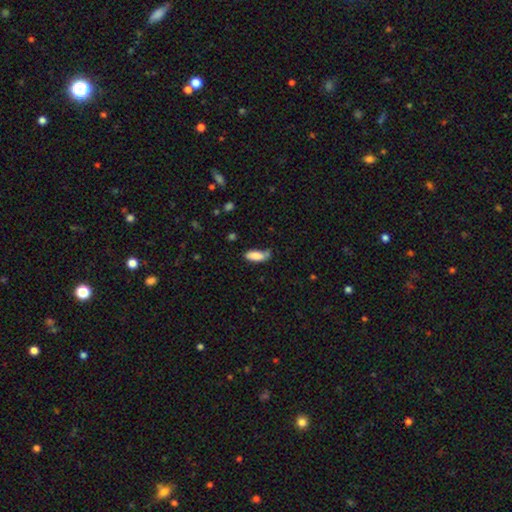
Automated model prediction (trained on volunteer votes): smooth-or-featured: smooth: 85% | featured or disk: 8% | star or artifact: 7%
  how-rounded: in between: 79% | cigar-shaped: 19% | round: 2%
  merging: none: 51% | minor disturbance: 31% | major disturbance: 9% | merger: 8%